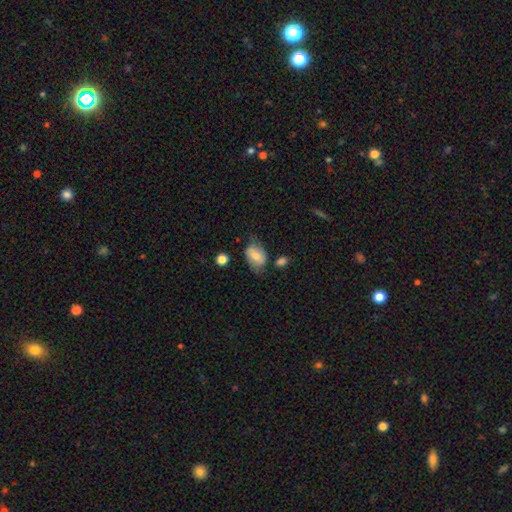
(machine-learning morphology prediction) A smooth galaxy with no disk features (67%) that is in between round and cigar-shaped (84%).

Vote fractions:
- Smooth or featured? smooth: 67% / featured or disk: 26% / star or artifact: 8%
- How rounded? in between: 84% / round: 14% / cigar-shaped: 2%
- Merging? none: 56% / minor disturbance: 29% / major disturbance: 9% / merger: 6%